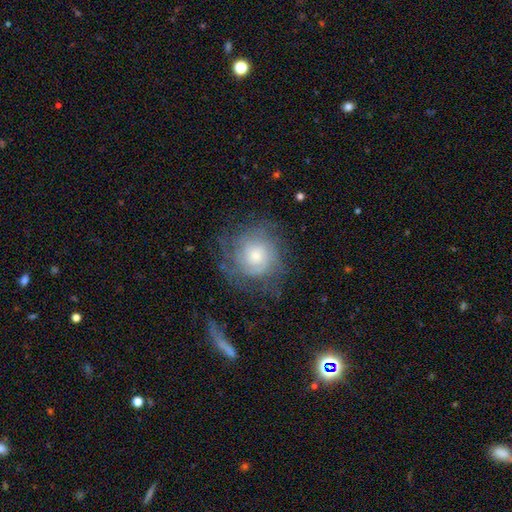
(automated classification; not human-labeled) A featured or disk galaxy (61%) with no bar (78%), spiral arms (83%) and a moderate central bulge (53%). Merging: none (65%).